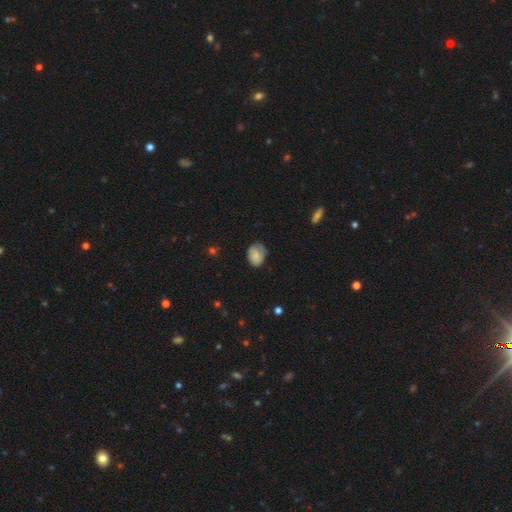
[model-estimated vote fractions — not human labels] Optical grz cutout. It shows a smooth galaxy with no disk features (73%) that is in between round and cigar-shaped (68%). Merging: none (54%).